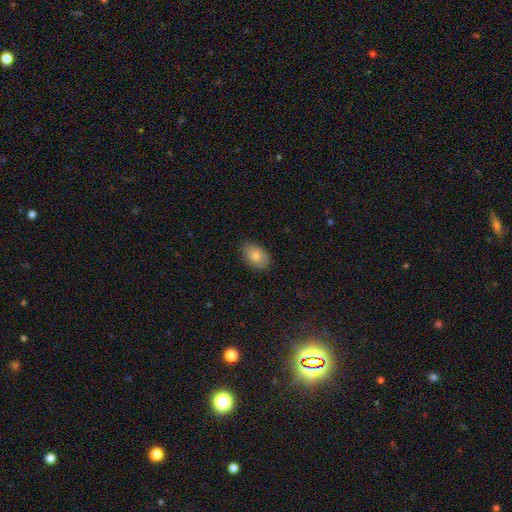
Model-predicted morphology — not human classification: The model was most divided on "smooth or featured": smooth: 78%, featured or disk: 13%, star or artifact: 9%. More confident: how rounded — in between (88%); merging — none (85%).